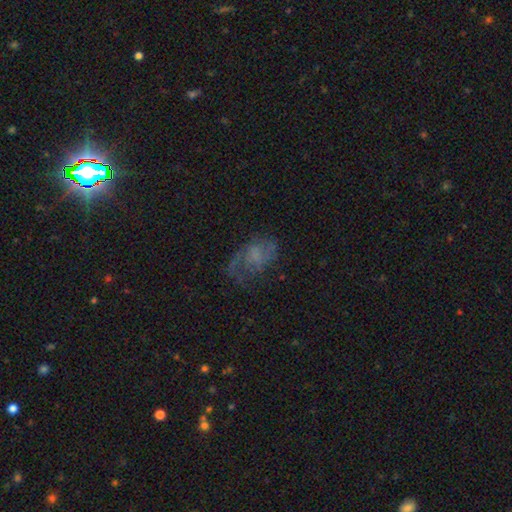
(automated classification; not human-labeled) Smooth or featured? Predicted: featured or disk (p=0.54). Edge-on disk? Predicted: no (p=0.96). Bar? Predicted: no (p=0.67). Spiral arms? Predicted: yes (p=0.72). Bulge size? Predicted: none (p=0.54). Merging? Predicted: none (p=0.49).